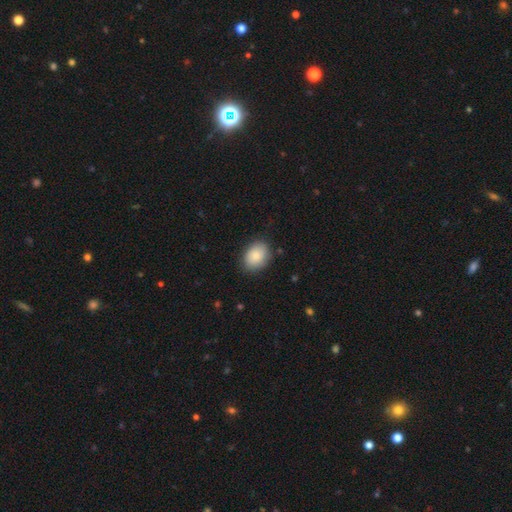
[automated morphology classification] smooth-or-featured: smooth: 87% | featured or disk: 7% | star or artifact: 7%
  how-rounded: in between: 71% | round: 28% | cigar-shaped: 1%
  merging: none: 83% | minor disturbance: 13% | major disturbance: 3% | merger: 1%